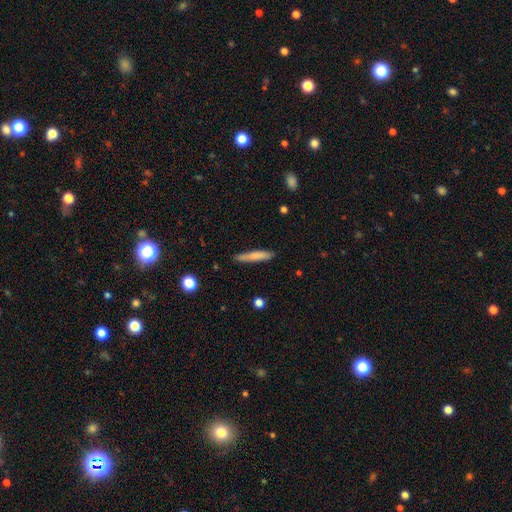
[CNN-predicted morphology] This is likely a smooth galaxy (74%). How rounded: clearly cigar-shaped (93%). Merging: clearly none (83%).